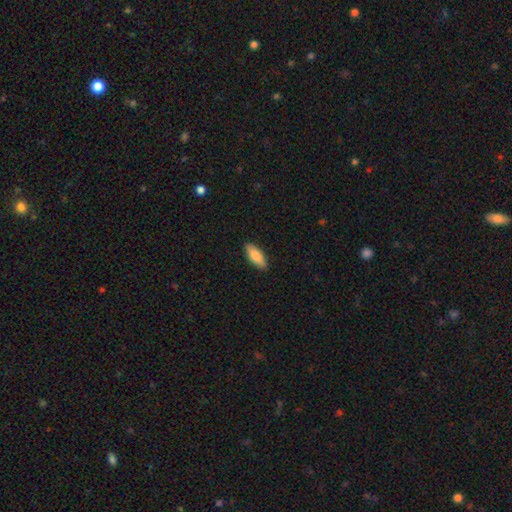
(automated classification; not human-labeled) Smooth or featured? smooth (84%)
How rounded? in between (73%)
Merging? none (89%)